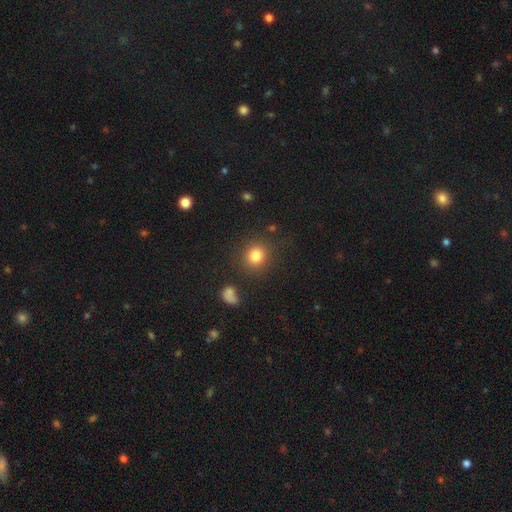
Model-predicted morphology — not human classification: This is clearly a smooth galaxy (82%). How rounded: clearly round (89%). Merging: clearly none (83%).